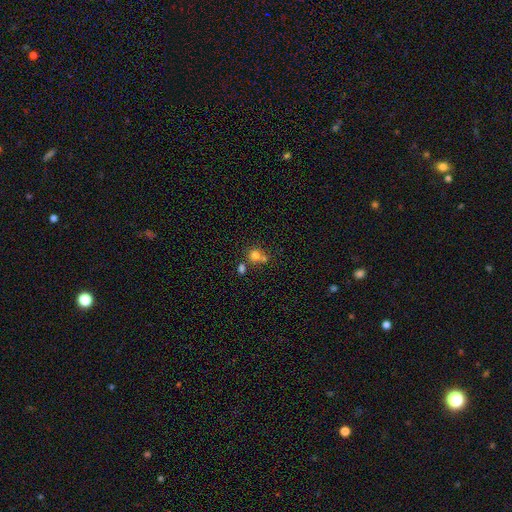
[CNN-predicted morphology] Smooth or featured: smooth — 75% (star or artifact — 14%)
How rounded: round — 85% (in between — 14%)
Merging: none — 50% (merger — 37%)